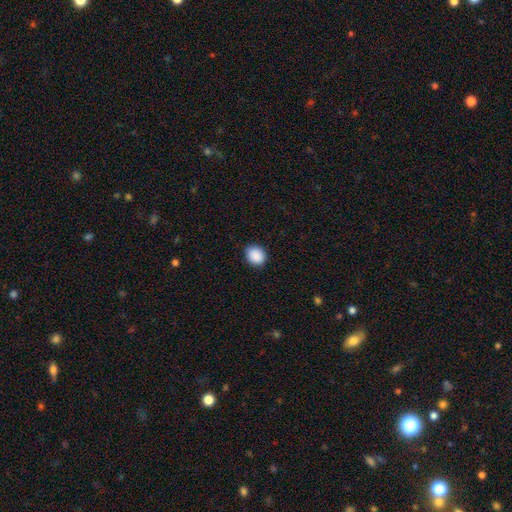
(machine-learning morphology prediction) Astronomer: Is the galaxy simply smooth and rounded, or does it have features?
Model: smooth — 90%.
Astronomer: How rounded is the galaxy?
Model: round — 58% (runner-up: in between, 41%).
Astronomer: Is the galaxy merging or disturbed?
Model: none — 89%.